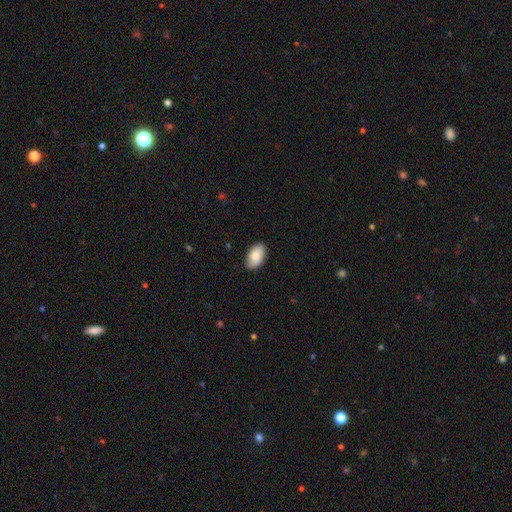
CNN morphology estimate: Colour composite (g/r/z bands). It shows a smooth galaxy with no disk features (80%) that is in between round and cigar-shaped (94%). Merging: none (84%).